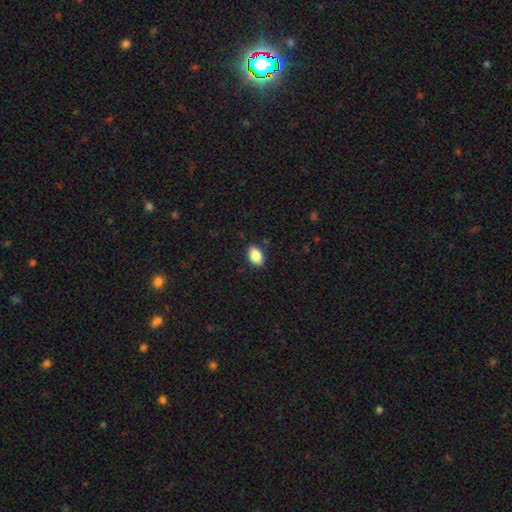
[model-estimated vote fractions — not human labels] Overall: smooth (86%). How rounded: in between (90%). Merging: none (86%).